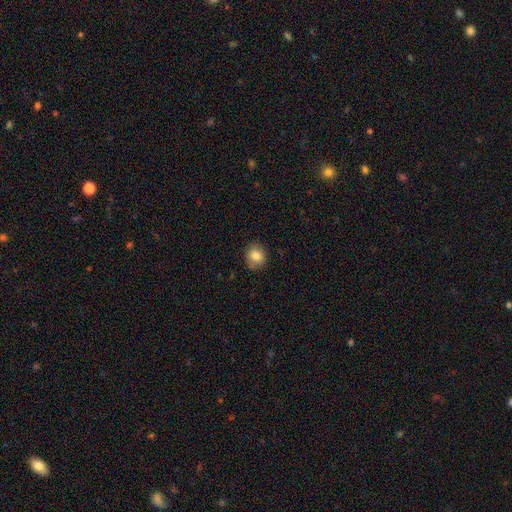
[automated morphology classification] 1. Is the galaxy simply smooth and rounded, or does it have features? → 83% smooth, 9% star or artifact, 8% featured or disk.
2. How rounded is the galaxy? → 72% round, 27% in between, 1% cigar-shaped.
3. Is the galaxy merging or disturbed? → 86% none, 11% minor disturbance, 2% major disturbance, 1% merger.